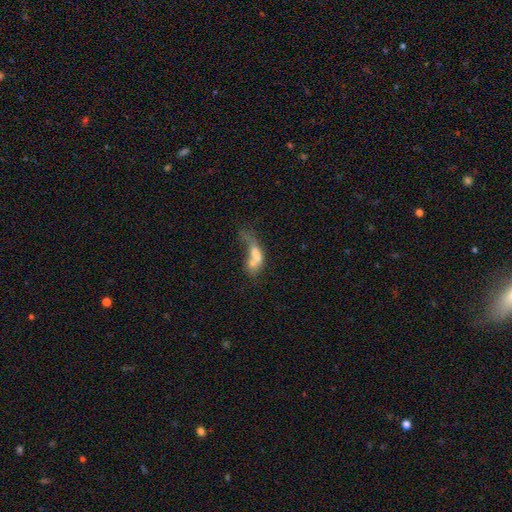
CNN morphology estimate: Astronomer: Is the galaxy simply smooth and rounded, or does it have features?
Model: smooth — 58%.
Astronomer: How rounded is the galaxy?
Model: in between — 66%.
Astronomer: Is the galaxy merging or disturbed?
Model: merger — 47% (runner-up: major disturbance, 30%).